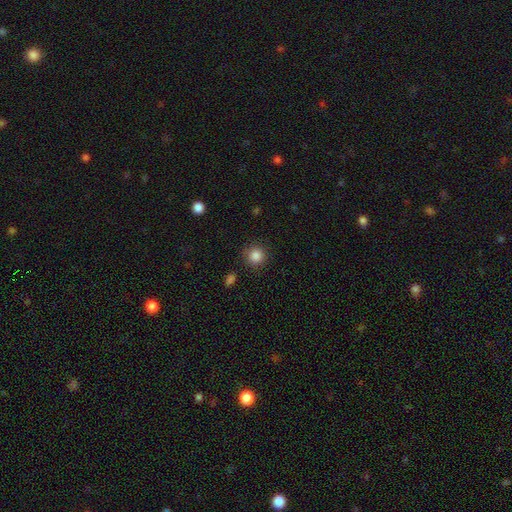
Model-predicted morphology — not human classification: A smooth galaxy with no disk features (86%) that is round (93%).

Vote fractions:
- Smooth or featured? smooth: 86% / star or artifact: 10% / featured or disk: 4%
- How rounded? round: 93% / in between: 6% / cigar-shaped: 1%
- Merging? none: 88% / minor disturbance: 8% / major disturbance: 3% / merger: 2%